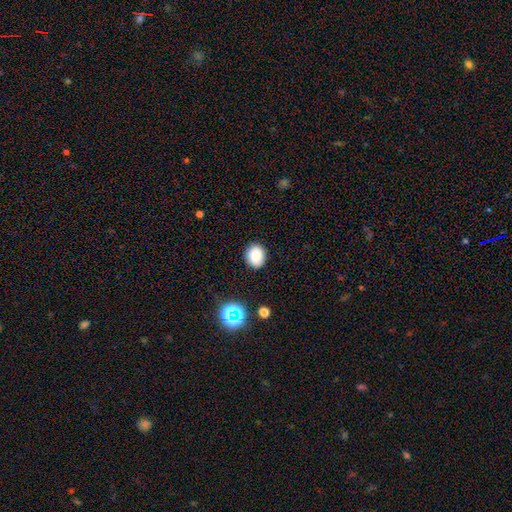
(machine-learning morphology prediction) This is clearly a smooth galaxy (84%). How rounded: possibly round (56%). Merging: clearly none (87%).